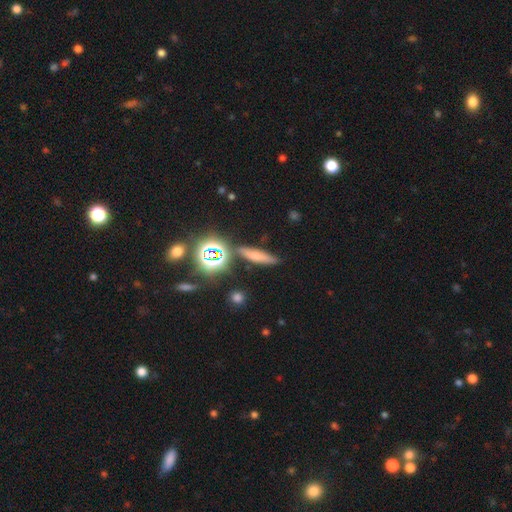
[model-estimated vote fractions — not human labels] smooth_or_featured: smooth (p=0.58) [alt: star or artifact p=0.21]
how_rounded: cigar-shaped (p=0.67) [alt: in between p=0.24]
merging: none (p=0.79) [alt: minor disturbance p=0.11]